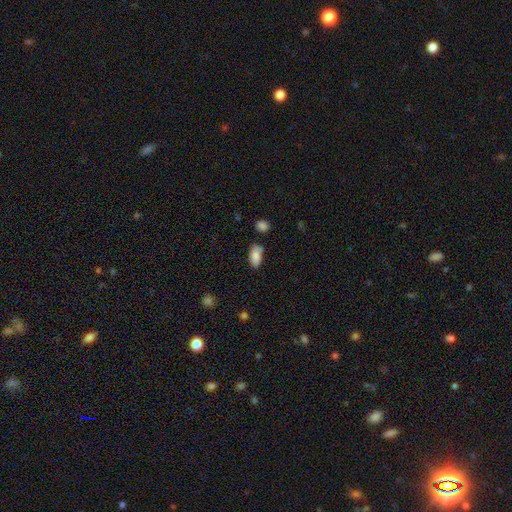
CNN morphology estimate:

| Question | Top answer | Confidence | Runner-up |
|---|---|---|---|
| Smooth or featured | smooth | 85% | featured or disk (8%) |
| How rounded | in between | 91% | cigar-shaped (6%) |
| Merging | none | 70% | minor disturbance (20%) |